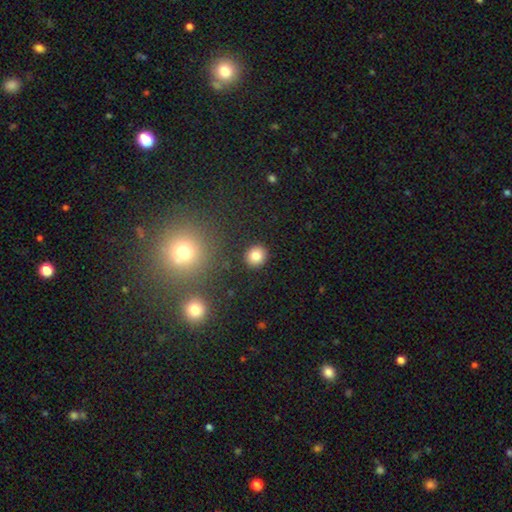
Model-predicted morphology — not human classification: This is clearly a smooth galaxy (82%). How rounded: clearly round (86%). Merging: clearly none (90%).